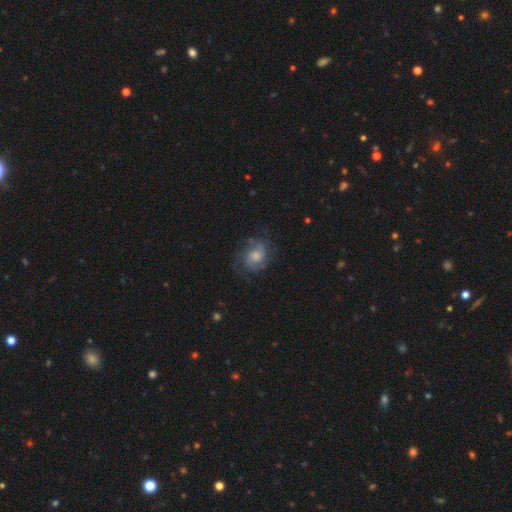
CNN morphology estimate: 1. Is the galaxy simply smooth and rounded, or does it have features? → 69% featured or disk, 23% smooth, 8% star or artifact.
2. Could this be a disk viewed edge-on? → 98% no, 2% yes.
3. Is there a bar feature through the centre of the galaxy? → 70% no, 26% weak, 3% strong.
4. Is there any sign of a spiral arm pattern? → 90% yes, 10% no.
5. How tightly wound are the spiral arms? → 43% medium, 41% tight, 16% loose.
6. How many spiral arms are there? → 38% 2, 29% can't tell, 18% 3, 6% 4, 5% 1, 4% more than 4.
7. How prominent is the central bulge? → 48% moderate, 26% small, 16% large, 8% none, 2% dominant.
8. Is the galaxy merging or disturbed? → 69% none, 19% minor disturbance, 11% major disturbance, 1% merger.